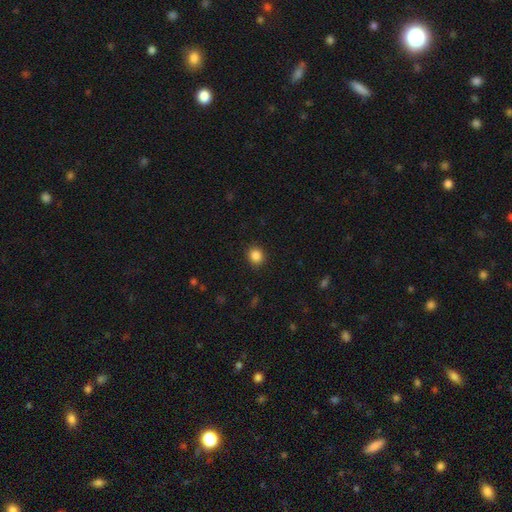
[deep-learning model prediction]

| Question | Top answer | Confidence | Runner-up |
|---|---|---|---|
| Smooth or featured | smooth | 86% | star or artifact (10%) |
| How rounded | round | 82% | in between (17%) |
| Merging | none | 91% | minor disturbance (6%) |